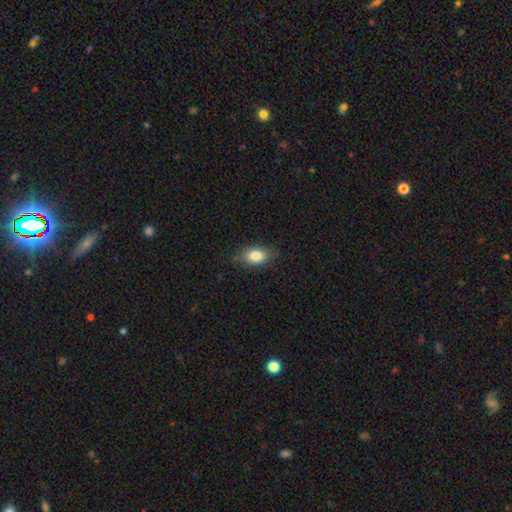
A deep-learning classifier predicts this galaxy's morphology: The model was most divided on "merging": none: 77%, minor disturbance: 18%, major disturbance: 4%, merger: 1%. More confident: how rounded — in between (86%); smooth or featured — smooth (83%).